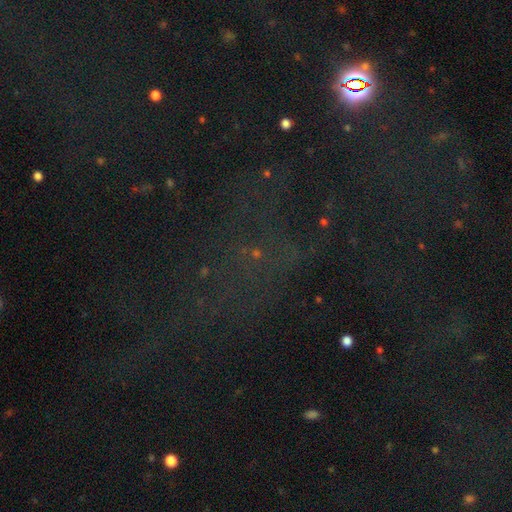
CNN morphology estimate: The model was most divided on "smooth or featured": star or artifact: 65%, smooth: 19%, featured or disk: 16%.